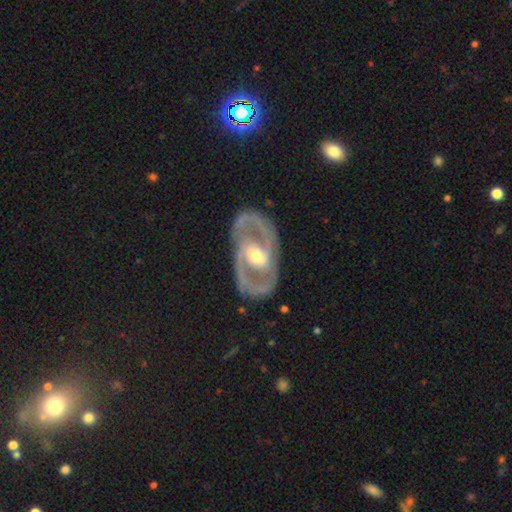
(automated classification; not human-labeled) A featured or disk galaxy (89%) with a weak bar (39%), 2 (90%) medium (56%) spiral arms (92%) and a moderate central bulge (61%). Merging: none (83%).